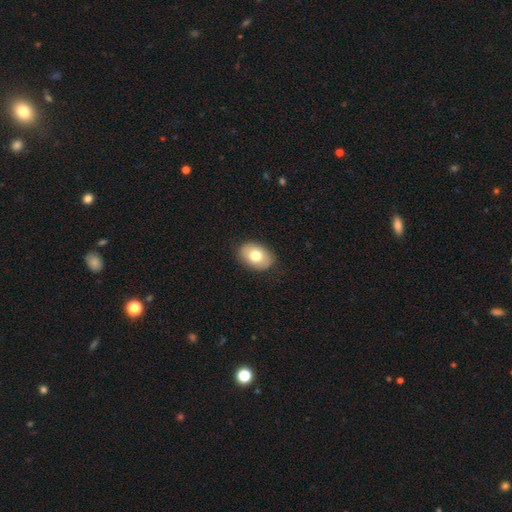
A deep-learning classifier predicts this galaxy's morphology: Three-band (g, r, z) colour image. It shows a smooth galaxy with no disk features (75%) that is in between round and cigar-shaped (81%). Merging: none (87%).